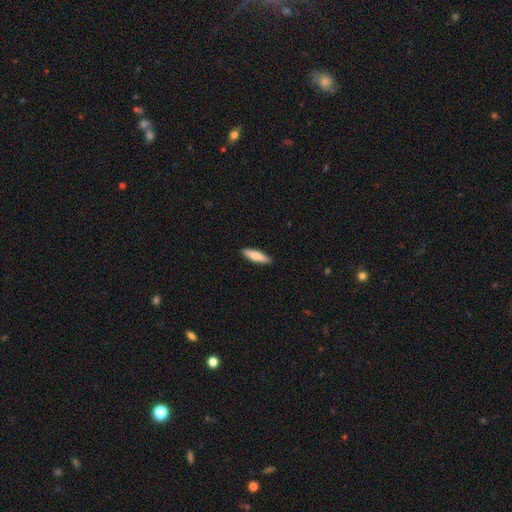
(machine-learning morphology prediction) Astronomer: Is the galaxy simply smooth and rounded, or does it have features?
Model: smooth — 75%.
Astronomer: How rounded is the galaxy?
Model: cigar-shaped — 67%.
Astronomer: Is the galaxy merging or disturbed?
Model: none — 90%.